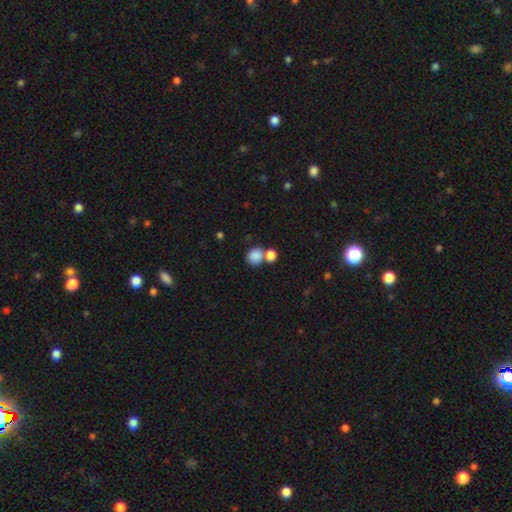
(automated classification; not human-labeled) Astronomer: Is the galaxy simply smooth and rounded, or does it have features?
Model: smooth — 85%.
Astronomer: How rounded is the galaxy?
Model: round — 73%.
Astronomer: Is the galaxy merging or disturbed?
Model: none — 51% (runner-up: merger, 35%).